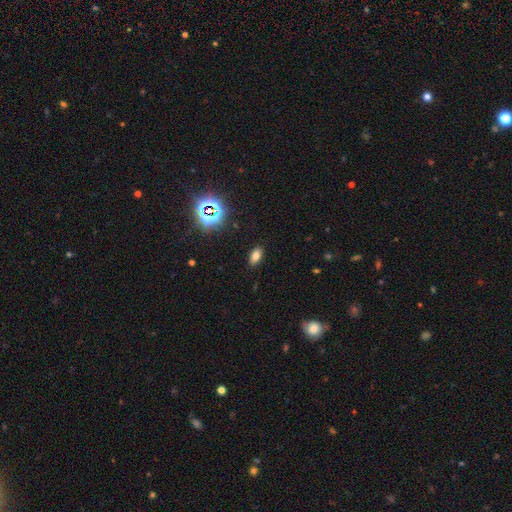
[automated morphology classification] Smooth or featured? Predicted: smooth (p=0.72). How rounded? Predicted: in between (p=0.89). Merging? Predicted: none (p=0.88).